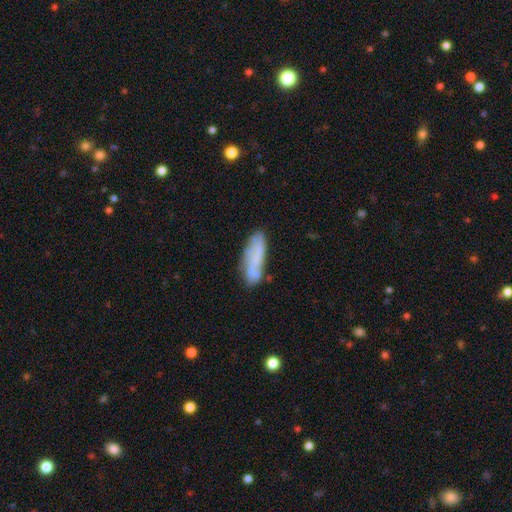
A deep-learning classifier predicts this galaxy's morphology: Smooth or featured? smooth (59%)
How rounded? cigar-shaped (53%)
Merging? none (64%)